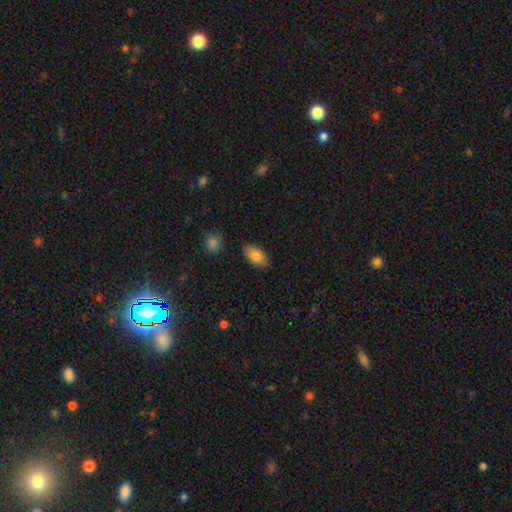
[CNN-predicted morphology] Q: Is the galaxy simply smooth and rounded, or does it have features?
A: smooth — 84%.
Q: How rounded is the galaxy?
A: in between — 94%.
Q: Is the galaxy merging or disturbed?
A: none — 86%.